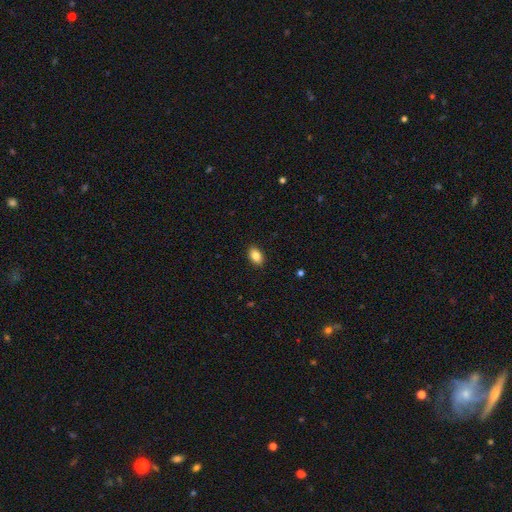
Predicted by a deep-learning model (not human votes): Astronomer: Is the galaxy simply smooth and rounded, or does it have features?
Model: smooth — 85%.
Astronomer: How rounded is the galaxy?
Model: in between — 91%.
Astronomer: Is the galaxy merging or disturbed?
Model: none — 89%.